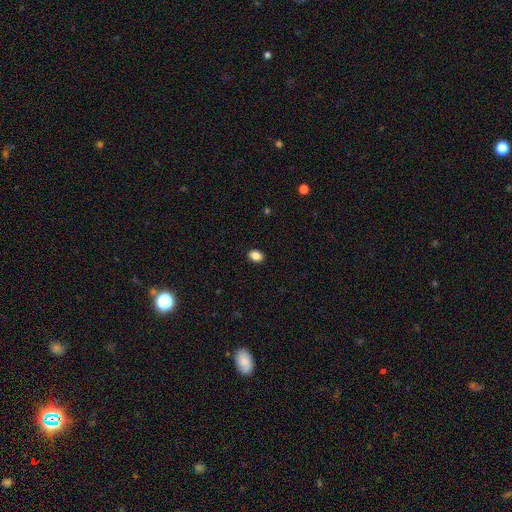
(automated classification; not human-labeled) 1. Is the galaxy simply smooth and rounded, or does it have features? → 87% smooth, 9% star or artifact, 3% featured or disk.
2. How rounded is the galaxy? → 71% in between, 28% round, 1% cigar-shaped.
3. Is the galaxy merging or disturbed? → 91% none, 7% minor disturbance, 2% major disturbance, 1% merger.